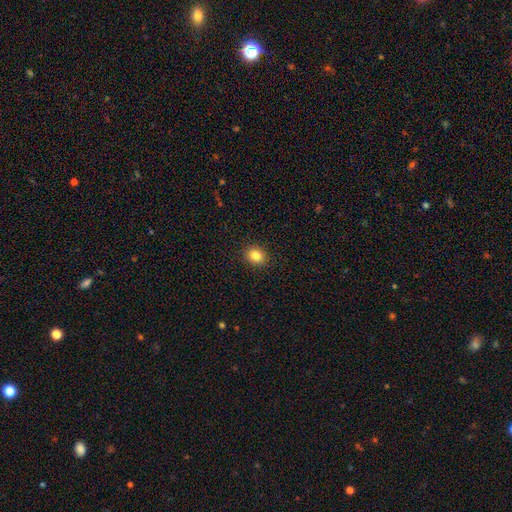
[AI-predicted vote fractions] Smooth or featured? Predicted: smooth (p=0.83). How rounded? Predicted: round (p=0.58). Merging? Predicted: none (p=0.91).